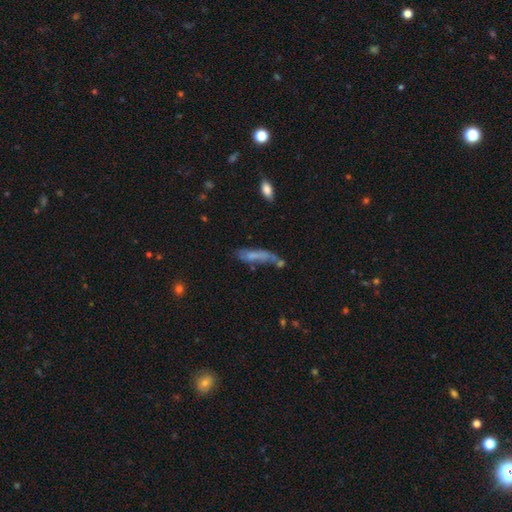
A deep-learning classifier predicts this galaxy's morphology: Smooth or featured? smooth (59%)
How rounded? cigar-shaped (72%)
Merging? none (43%)